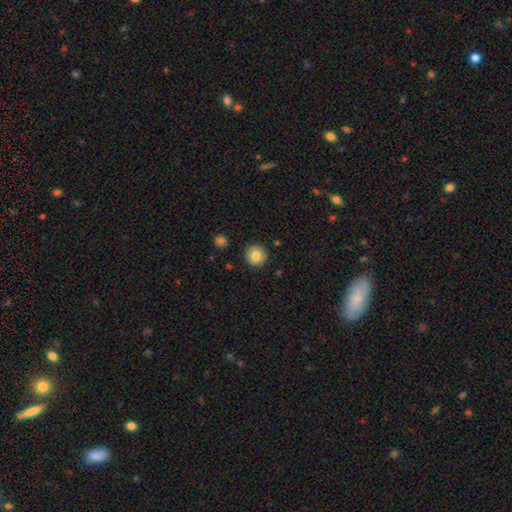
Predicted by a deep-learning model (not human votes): A smooth galaxy with no disk features (85%) that is round (93%).

Vote fractions:
- Smooth or featured? smooth: 85% / star or artifact: 9% / featured or disk: 7%
- How rounded? round: 93% / in between: 6% / cigar-shaped: 1%
- Merging? none: 90% / minor disturbance: 7% / major disturbance: 2% / merger: 1%